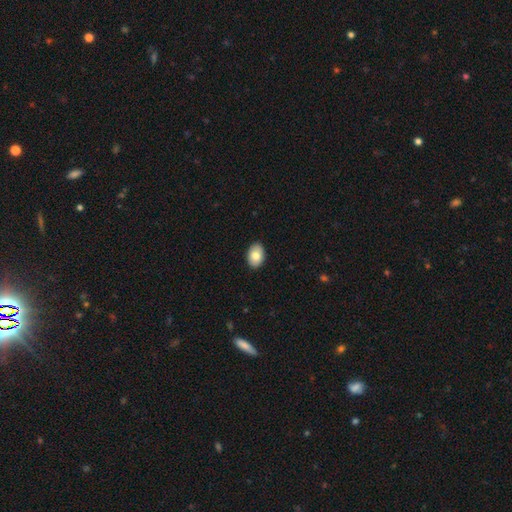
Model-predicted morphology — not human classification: smooth-or-featured: smooth: 79% | featured or disk: 14% | star or artifact: 7%
  how-rounded: in between: 85% | round: 14% | cigar-shaped: 1%
  merging: none: 90% | minor disturbance: 8% | major disturbance: 2% | merger: 1%